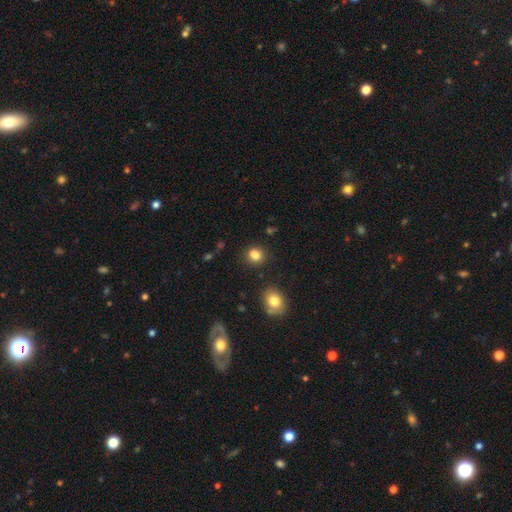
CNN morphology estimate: smooth_or_featured: smooth (p=0.82) [alt: star or artifact p=0.12]
how_rounded: round (p=0.73) [alt: in between p=0.26]
merging: none (p=0.73) [alt: merger p=0.12]